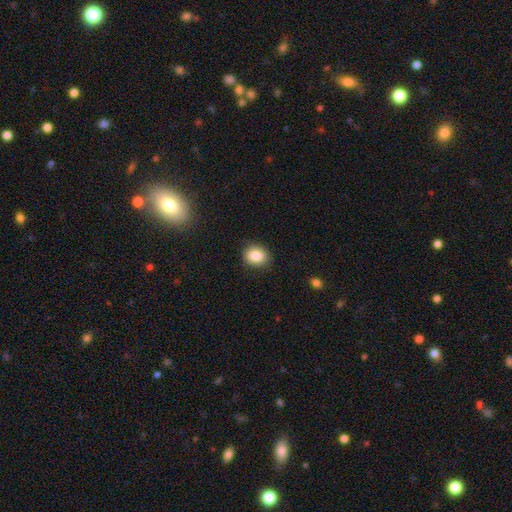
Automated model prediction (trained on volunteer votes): Smooth or featured? smooth (84%)
How rounded? round (59%)
Merging? none (87%)